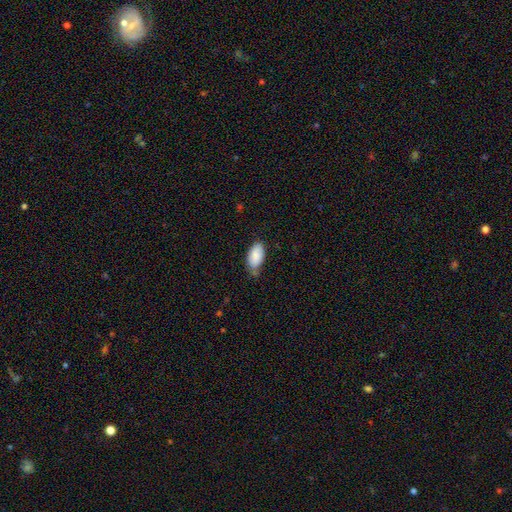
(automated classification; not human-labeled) Smooth or featured? Predicted: smooth (p=0.86). How rounded? Predicted: in between (p=0.95). Merging? Predicted: none (p=0.54).